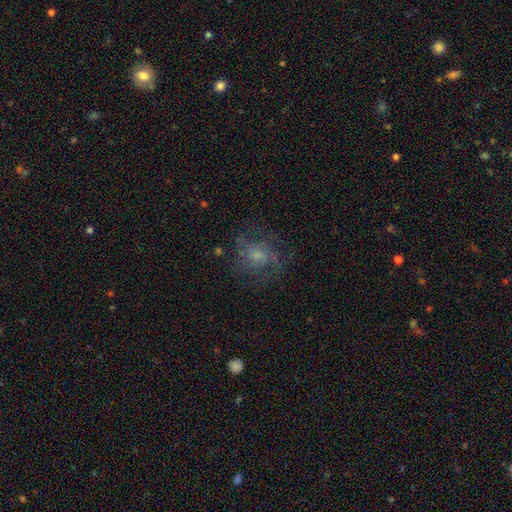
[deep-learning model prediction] Q: Smooth or featured?
A: featured or disk (54%); runner-up: smooth (30%)
Q: Edge-on disk?
A: no (97%); runner-up: yes (3%)
Q: Bar?
A: no (74%); runner-up: weak (23%)
Q: Spiral arms?
A: yes (77%); runner-up: no (23%)
Q: Bulge size?
A: small (40%); runner-up: moderate (38%)
Q: Merging?
A: none (65%); runner-up: minor disturbance (17%)